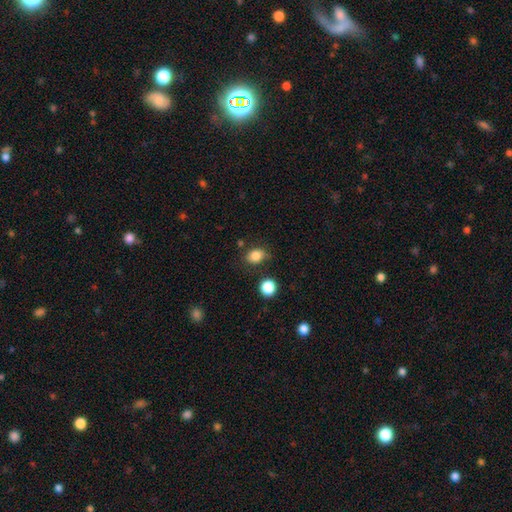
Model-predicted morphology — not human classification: This is clearly a smooth galaxy (84%). How rounded: possibly in between (55%). Merging: likely none (74%).